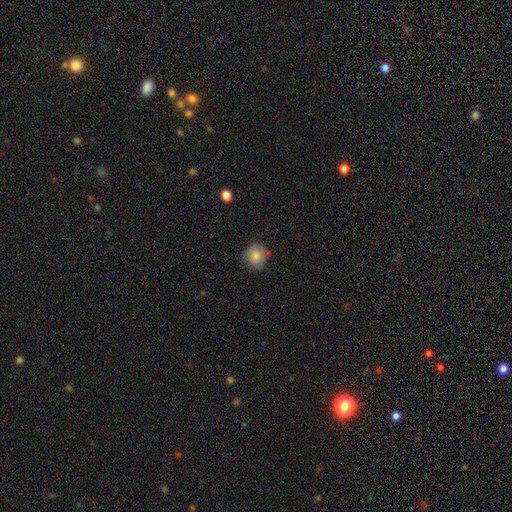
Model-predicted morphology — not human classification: The model was most divided on "merging": none: 68%, minor disturbance: 24%, major disturbance: 6%, merger: 2%. More confident: how rounded — round (83%); smooth or featured — smooth (78%).